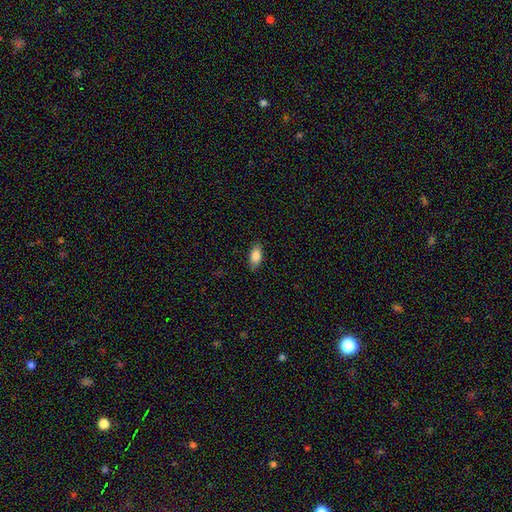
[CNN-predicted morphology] smooth-or-featured: smooth: 84% | featured or disk: 9% | star or artifact: 7%
  how-rounded: in between: 87% | cigar-shaped: 9% | round: 4%
  merging: none: 85% | minor disturbance: 12% | major disturbance: 2% | merger: 1%